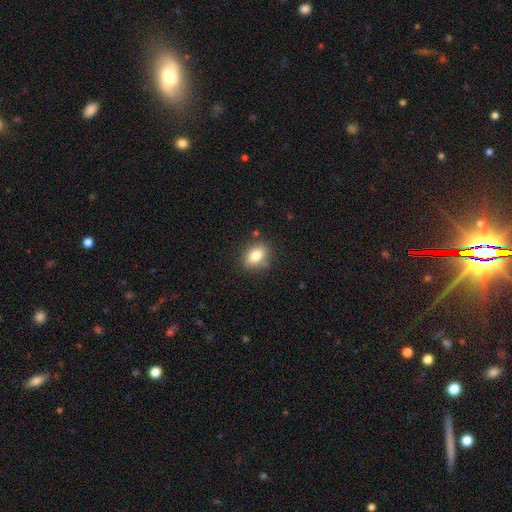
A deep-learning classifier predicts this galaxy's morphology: Smooth or featured? Predicted: smooth (p=0.81). How rounded? Predicted: in between (p=0.74). Merging? Predicted: none (p=0.82).